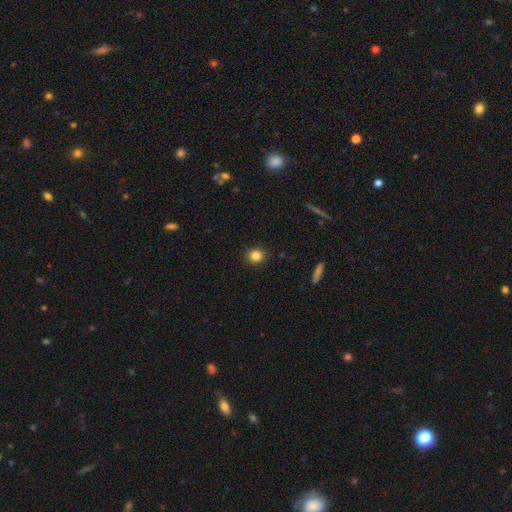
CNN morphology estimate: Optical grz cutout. It shows a smooth galaxy with no disk features (84%) that is round (88%). Merging: none (92%).